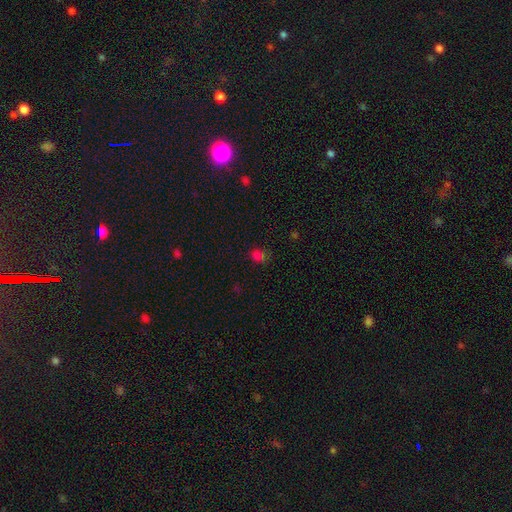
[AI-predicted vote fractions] Morphology: type=smooth (62%); roundness=round (57%); merging=none (63%).